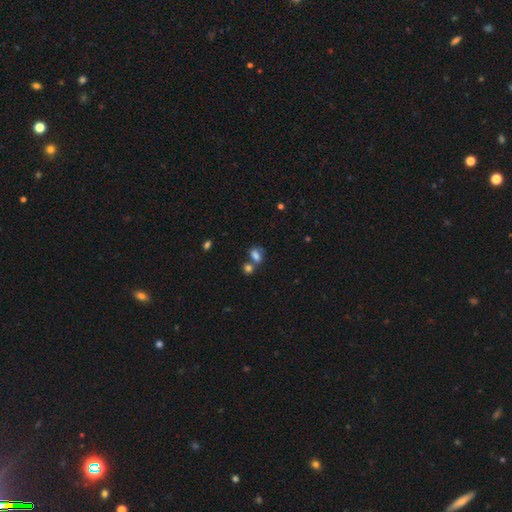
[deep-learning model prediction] Smooth or featured? Predicted: smooth (p=0.75). How rounded? Predicted: in between (p=0.75). Merging? Predicted: none (p=0.42).